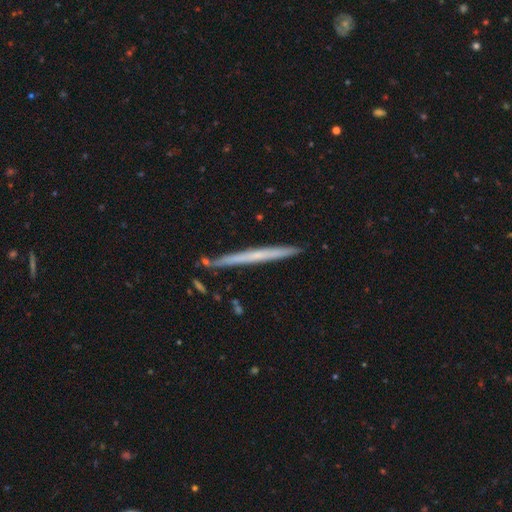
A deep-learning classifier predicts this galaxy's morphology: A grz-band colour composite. It shows a featured or disk galaxy (52%) viewed edge-on (97%). Merging: none (87%).